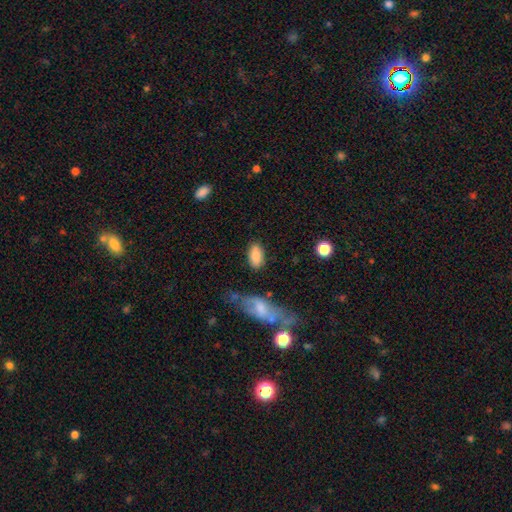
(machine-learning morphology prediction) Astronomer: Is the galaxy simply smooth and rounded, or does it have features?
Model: smooth — 84%.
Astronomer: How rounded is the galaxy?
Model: in between — 93%.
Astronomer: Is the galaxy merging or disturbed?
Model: none — 78%.